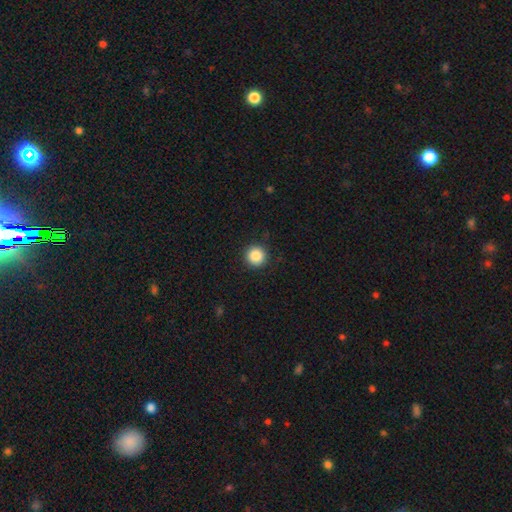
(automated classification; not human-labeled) Morphology: type=smooth (86%); roundness=round (96%); merging=none (92%).